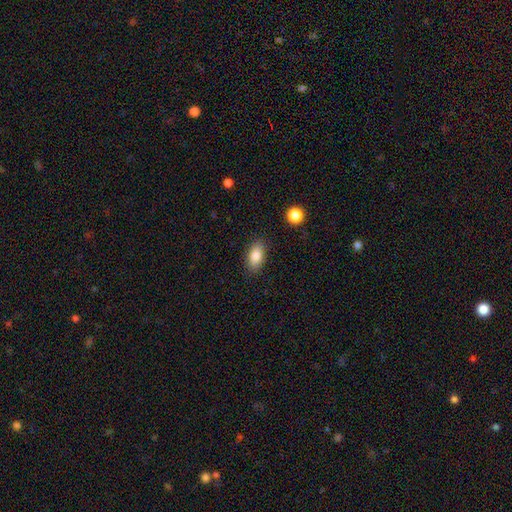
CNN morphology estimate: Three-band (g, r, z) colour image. It shows a smooth galaxy with no disk features (85%) that is in between round and cigar-shaped (91%). Merging: none (87%).